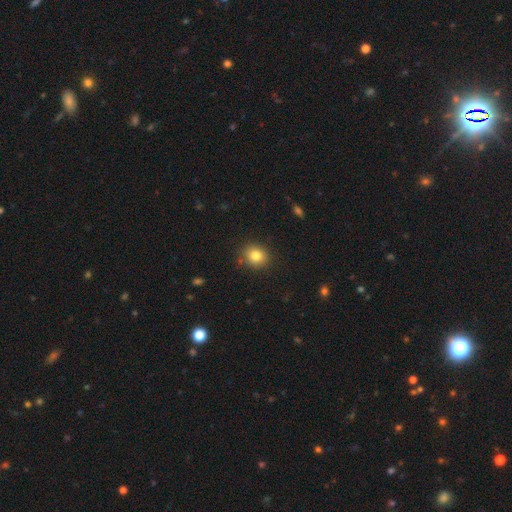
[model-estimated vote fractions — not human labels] smooth_or_featured: smooth (p=0.82) [alt: star or artifact p=0.11]
how_rounded: round (p=0.78) [alt: in between p=0.21]
merging: none (p=0.87) [alt: minor disturbance p=0.09]